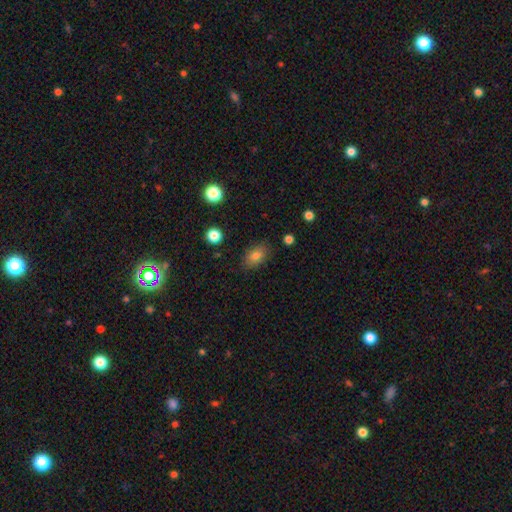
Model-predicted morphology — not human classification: Smooth or featured? smooth (81%)
How rounded? in between (84%)
Merging? none (83%)